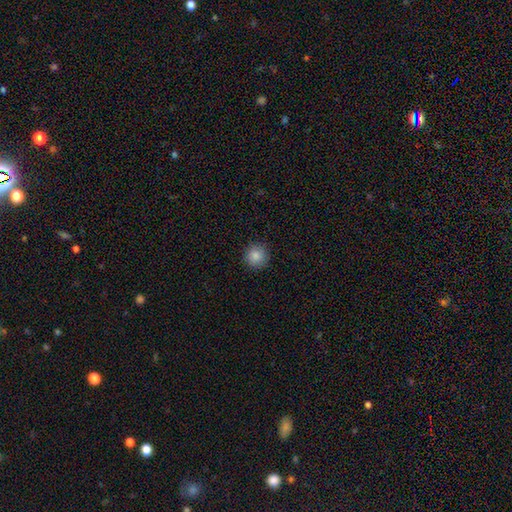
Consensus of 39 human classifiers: smooth 87%, star or artifact 8%, featured or disk 5%. Down the decision tree: how rounded — round (100%); merging — none (92%).